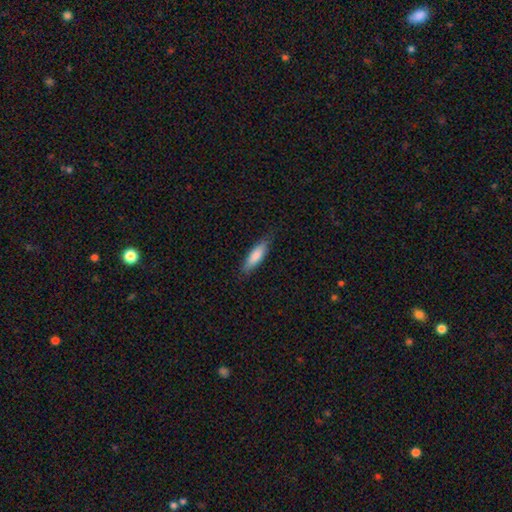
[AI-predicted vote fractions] smooth_or_featured: smooth (p=0.80) [alt: featured or disk p=0.14]
how_rounded: cigar-shaped (p=0.56) [alt: in between p=0.42]
merging: none (p=0.82) [alt: minor disturbance p=0.15]